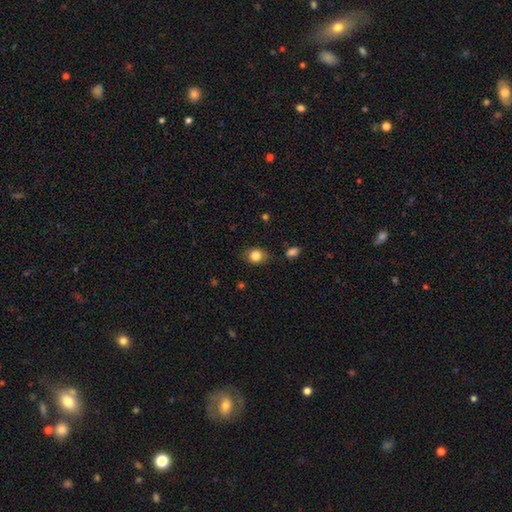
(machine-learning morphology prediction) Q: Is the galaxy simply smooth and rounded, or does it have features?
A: smooth — 83%.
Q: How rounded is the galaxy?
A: round — 52%.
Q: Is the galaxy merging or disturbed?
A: none — 81%.